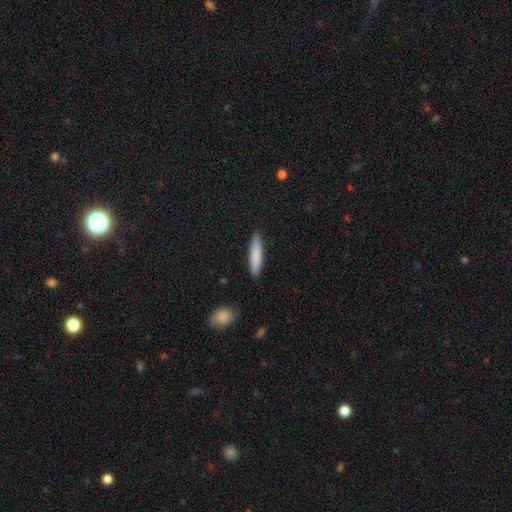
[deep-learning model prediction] smooth-or-featured: smooth: 81% | featured or disk: 13% | star or artifact: 6%
  how-rounded: cigar-shaped: 86% | in between: 13% | round: 1%
  merging: none: 89% | minor disturbance: 8% | major disturbance: 2% | merger: 1%